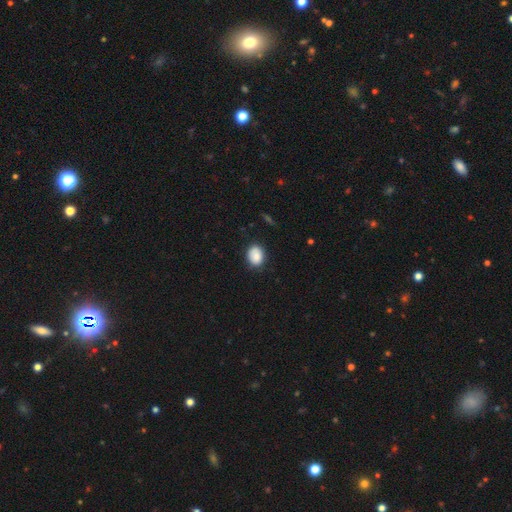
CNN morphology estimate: Smooth or featured: smooth — 84% (featured or disk — 8%)
How rounded: in between — 53% (round — 46%)
Merging: none — 79% (minor disturbance — 16%)